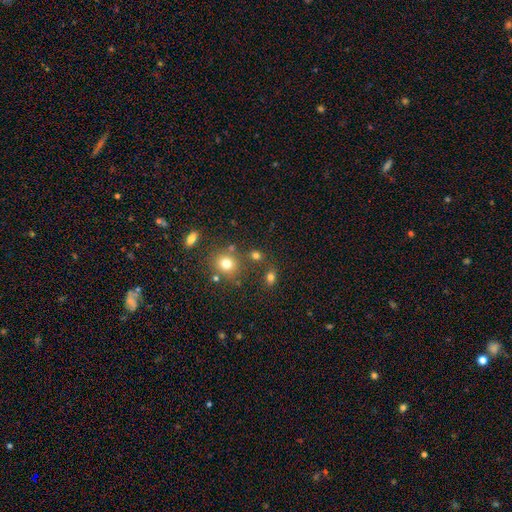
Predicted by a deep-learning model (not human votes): Morphology: type=smooth (74%); roundness=round (69%); merging=none (71%).